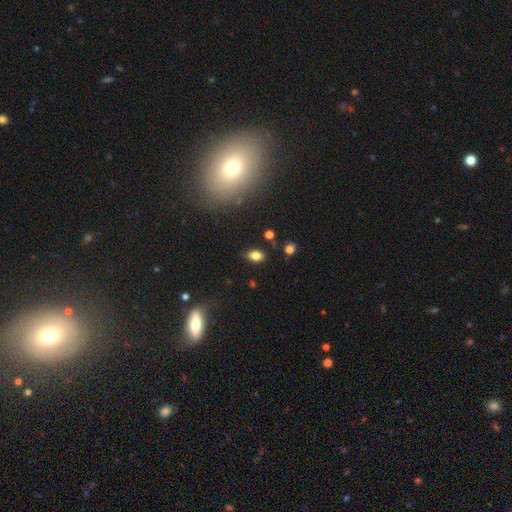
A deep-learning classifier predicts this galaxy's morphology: smooth_or_featured: smooth (p=0.80) [alt: star or artifact p=0.12]
how_rounded: in between (p=0.84) [alt: round p=0.14]
merging: none (p=0.80) [alt: minor disturbance p=0.14]